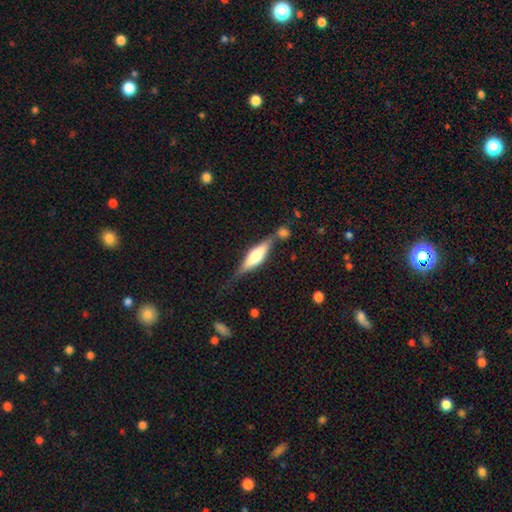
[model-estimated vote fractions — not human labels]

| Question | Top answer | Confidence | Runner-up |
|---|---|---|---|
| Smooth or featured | featured or disk | 59% | smooth (35%) |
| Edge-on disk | yes | 93% | no (7%) |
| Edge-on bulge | rounded | 78% | boxy (17%) |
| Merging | none | 64% | minor disturbance (19%) |